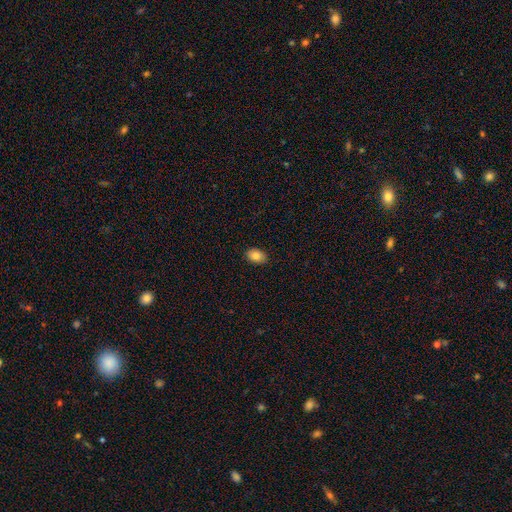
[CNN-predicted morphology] This appears to be a smooth galaxy with no disk features (85%) that is in between round and cigar-shaped (83%). Merging: none (89%).